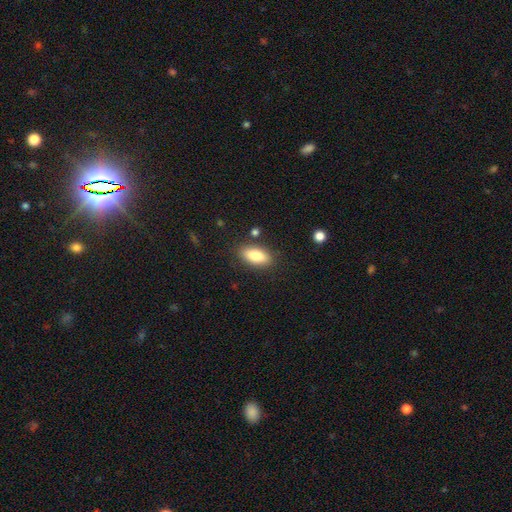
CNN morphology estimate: The model was most divided on "how rounded": in between: 85%, cigar-shaped: 12%, round: 3%. More confident: merging — none (84%); smooth or featured — smooth (84%).